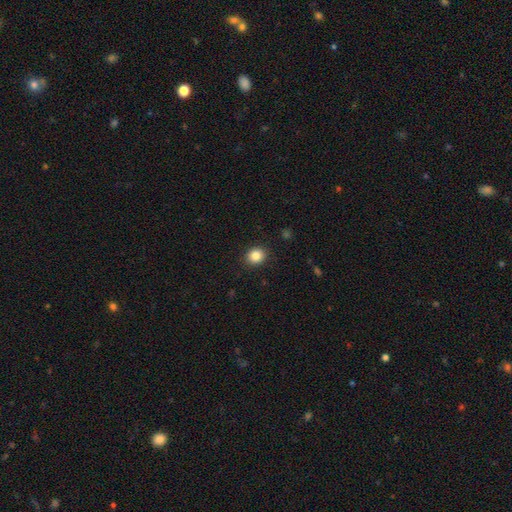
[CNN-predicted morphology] type=smooth (85%); roundness=round (74%); merging=none (90%).